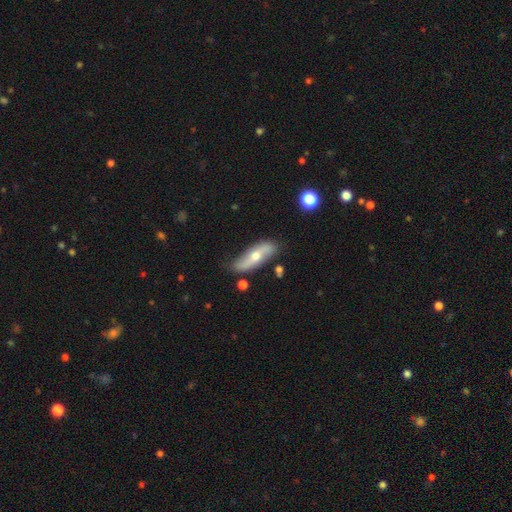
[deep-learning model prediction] featured or disk 61%, smooth 32%, star or artifact 7%. Down the decision tree: edge-on disk — no (70%); merging — none (74%).